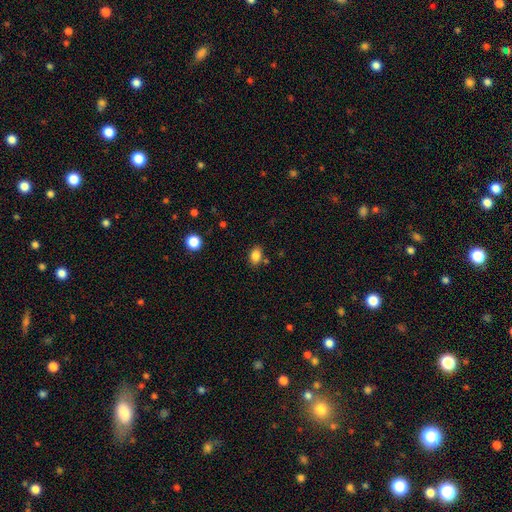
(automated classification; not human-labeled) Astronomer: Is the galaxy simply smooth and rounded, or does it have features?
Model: smooth — 85%.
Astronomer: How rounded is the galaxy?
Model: in between — 77%.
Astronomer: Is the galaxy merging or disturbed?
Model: none — 79%.